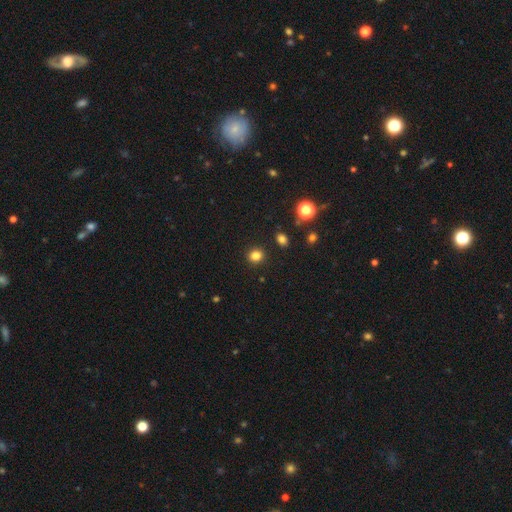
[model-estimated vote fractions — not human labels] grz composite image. It shows a smooth galaxy with no disk features (82%) that is round (78%). Merging: none (90%).